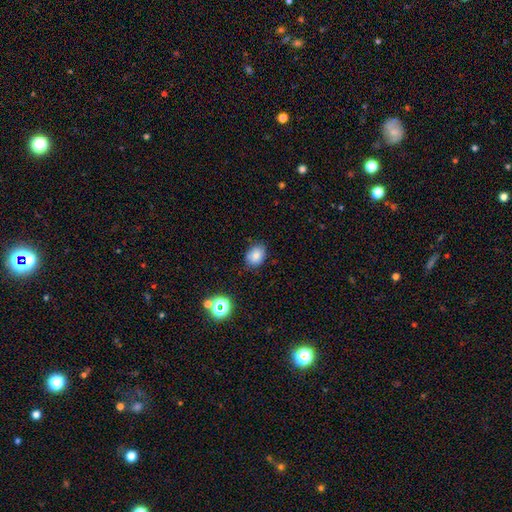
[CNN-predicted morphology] Q: Smooth or featured?
A: smooth (80%); runner-up: star or artifact (12%)
Q: How rounded?
A: in between (60%); runner-up: round (39%)
Q: Merging?
A: none (80%); runner-up: minor disturbance (15%)